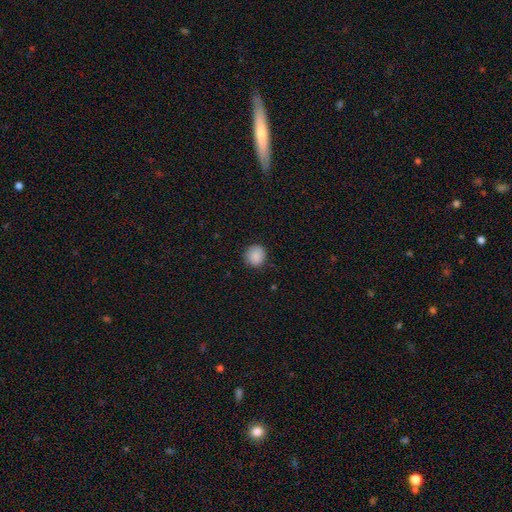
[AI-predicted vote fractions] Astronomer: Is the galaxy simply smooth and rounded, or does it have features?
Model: smooth — 88%.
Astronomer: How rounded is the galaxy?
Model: round — 91%.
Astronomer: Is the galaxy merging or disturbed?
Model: none — 88%.